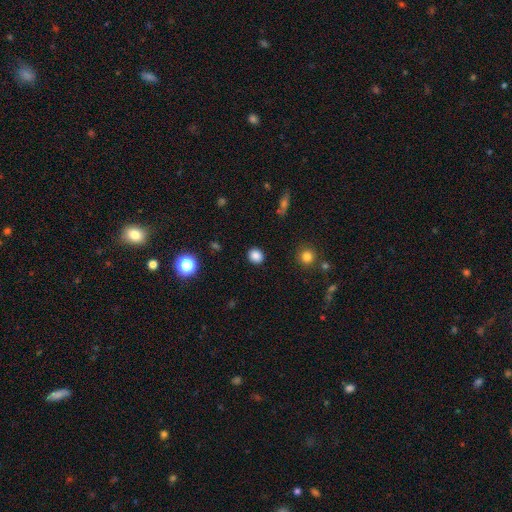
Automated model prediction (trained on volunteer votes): Morphology: type=smooth (85%); roundness=round (70%); merging=none (90%).